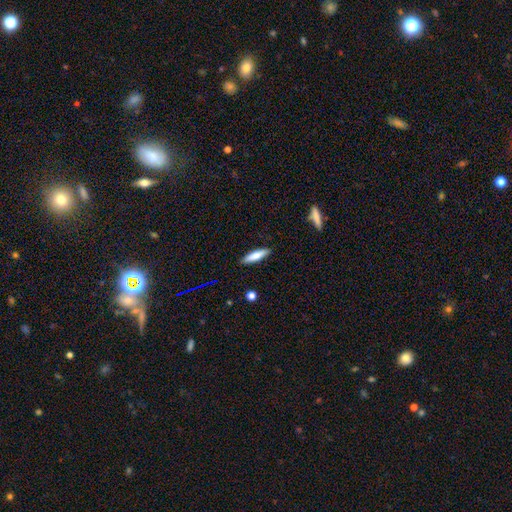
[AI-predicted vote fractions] smooth-or-featured: smooth: 74% | featured or disk: 20% | star or artifact: 6%
  how-rounded: cigar-shaped: 71% | in between: 27% | round: 2%
  merging: none: 89% | minor disturbance: 8% | major disturbance: 2% | merger: 1%